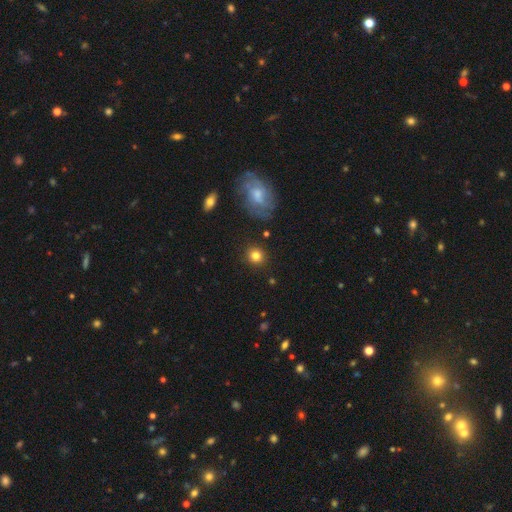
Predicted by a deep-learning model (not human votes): smooth-or-featured: smooth: 82% | star or artifact: 11% | featured or disk: 7%
  how-rounded: round: 89% | in between: 10% | cigar-shaped: 1%
  merging: none: 87% | minor disturbance: 8% | major disturbance: 3% | merger: 2%